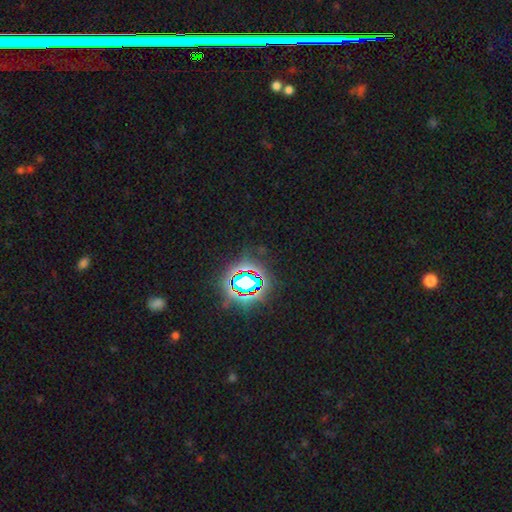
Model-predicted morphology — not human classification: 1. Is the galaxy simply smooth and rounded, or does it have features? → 81% star or artifact, 12% smooth, 8% featured or disk.